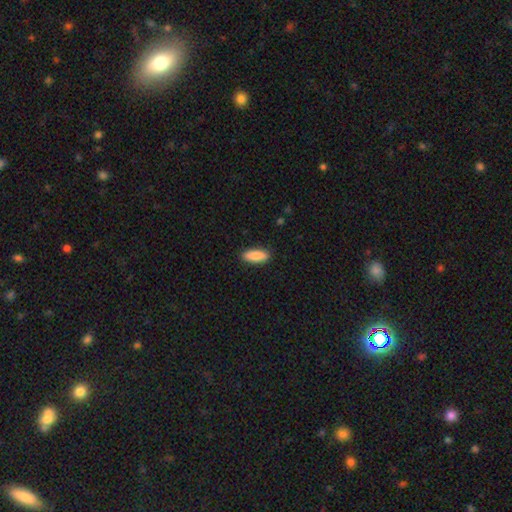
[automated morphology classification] Smooth or featured: smooth — 87% (featured or disk — 7%)
How rounded: in between — 70% (cigar-shaped — 28%)
Merging: none — 90% (minor disturbance — 8%)